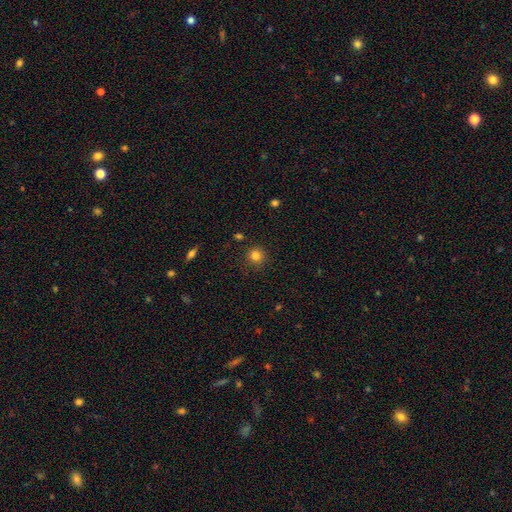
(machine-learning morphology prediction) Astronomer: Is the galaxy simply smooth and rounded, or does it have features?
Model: smooth — 82%.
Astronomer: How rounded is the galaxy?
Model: round — 93%.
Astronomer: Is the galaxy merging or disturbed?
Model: none — 88%.